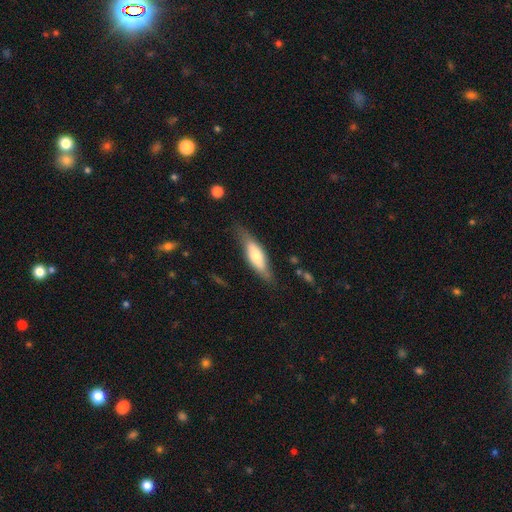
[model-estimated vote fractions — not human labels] Morphology: type=smooth (56%); roundness=in between (51%); merging=none (69%).